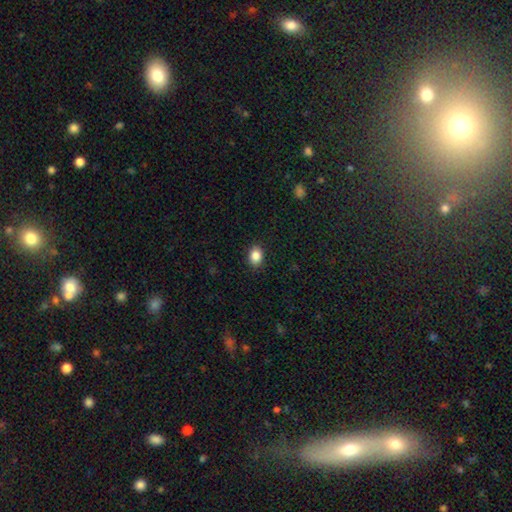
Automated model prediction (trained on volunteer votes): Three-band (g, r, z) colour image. It shows a smooth galaxy with no disk features (86%) that is in between round and cigar-shaped (65%). Merging: none (89%).